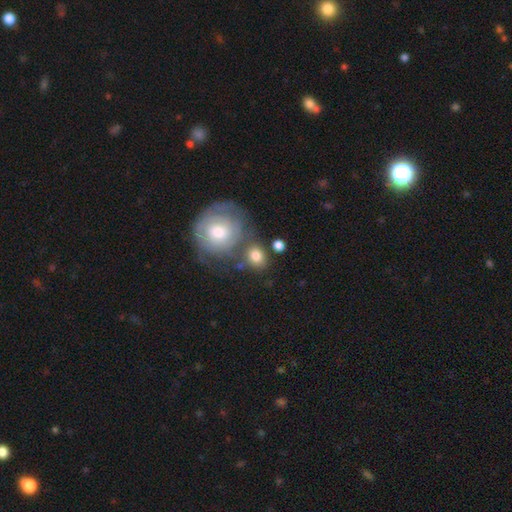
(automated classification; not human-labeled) This is likely a smooth galaxy (76%). How rounded: likely round (67%). Merging: possibly none (60%).